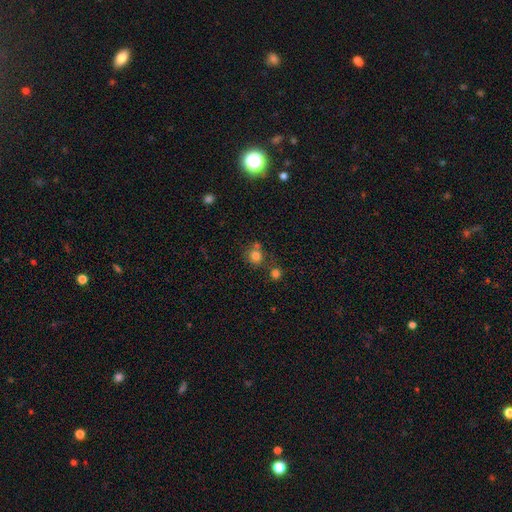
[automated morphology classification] A smooth galaxy with no disk features (77%) that is round (85%). Merging: none (62%).